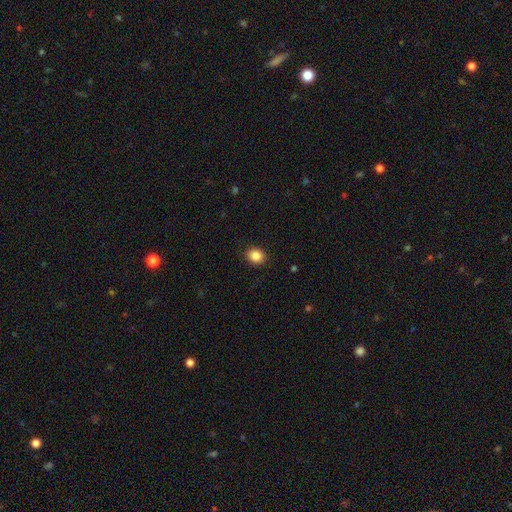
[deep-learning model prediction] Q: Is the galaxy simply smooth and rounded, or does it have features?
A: smooth — 86%.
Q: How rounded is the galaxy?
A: round — 68%.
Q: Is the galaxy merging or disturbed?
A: none — 90%.